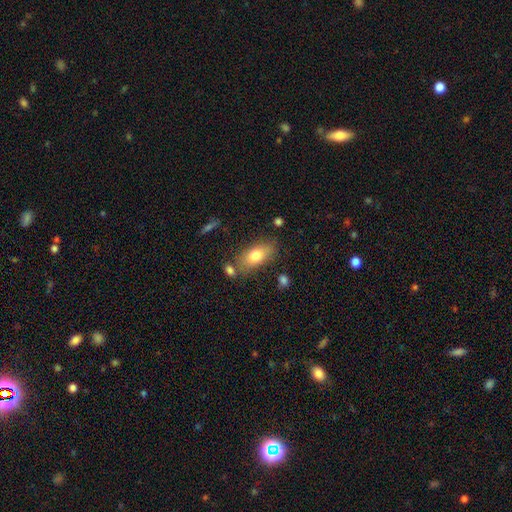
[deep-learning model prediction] Smooth or featured? smooth (77%)
How rounded? in between (86%)
Merging? none (74%)